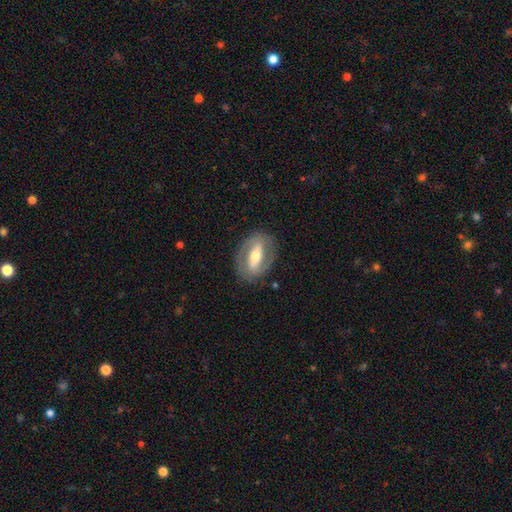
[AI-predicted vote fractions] A featured or disk galaxy (67%) with a strong bar (58%), spiral arms (52%) and a moderate central bulge (64%).

Vote fractions:
- Smooth or featured? featured or disk: 67% / smooth: 27% / star or artifact: 6%
- Edge-on disk? no: 88% / yes: 12%
- Bar? strong: 58% / weak: 24% / no: 18%
- Spiral arms? yes: 52% / no: 48%
- Bulge size? moderate: 64% / small: 24% / large: 10% / dominant: 1% / none: 1%
- Merging? none: 81% / minor disturbance: 12% / major disturbance: 6% / merger: 1%